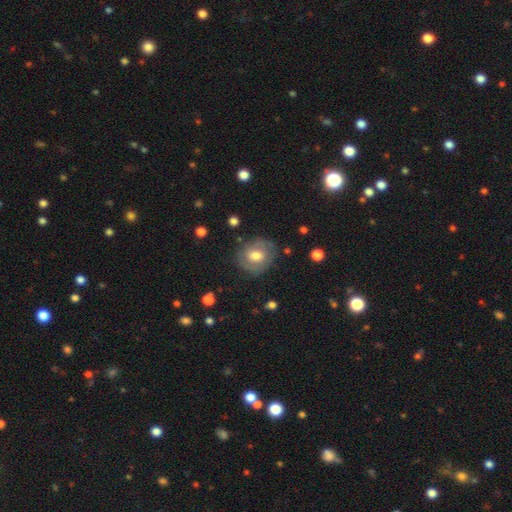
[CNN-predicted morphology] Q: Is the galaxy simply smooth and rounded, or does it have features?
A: smooth — 47%.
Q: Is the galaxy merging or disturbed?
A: none — 75%.